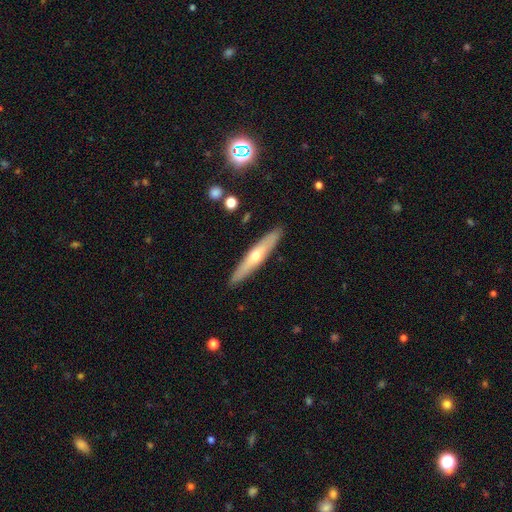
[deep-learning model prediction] Q: Smooth or featured?
A: featured or disk (55%); runner-up: smooth (38%)
Q: Edge-on disk?
A: yes (89%); runner-up: no (11%)
Q: Merging?
A: none (91%); runner-up: minor disturbance (7%)